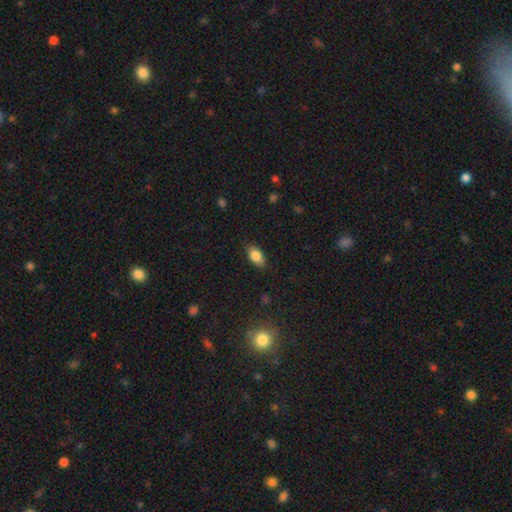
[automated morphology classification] smooth_or_featured: smooth (p=0.83) [alt: star or artifact p=0.08]
how_rounded: in between (p=0.90) [alt: round p=0.06]
merging: none (p=0.85) [alt: minor disturbance p=0.11]